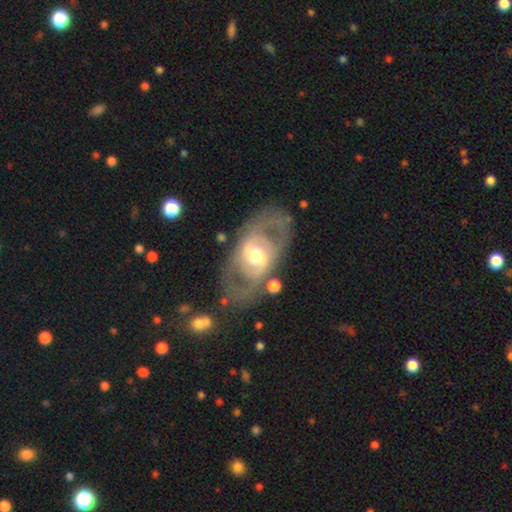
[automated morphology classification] A featured or disk galaxy (75%) with no bar (40%), no spiral arms (51%) and a moderate central bulge (66%). Merging: none (69%).